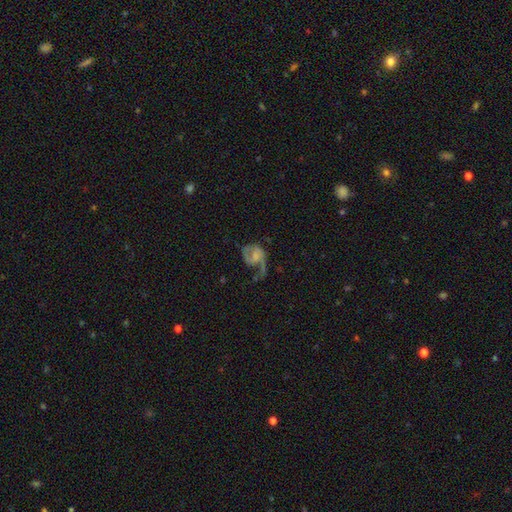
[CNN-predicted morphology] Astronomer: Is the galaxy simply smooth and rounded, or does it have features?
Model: featured or disk — 71%.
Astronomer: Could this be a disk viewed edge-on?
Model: no — 98%.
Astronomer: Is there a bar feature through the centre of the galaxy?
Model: no — 52% (runner-up: weak, 38%).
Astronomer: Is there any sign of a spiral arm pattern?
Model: yes — 86%.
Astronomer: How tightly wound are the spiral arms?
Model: loose — 45% (runner-up: medium, 41%).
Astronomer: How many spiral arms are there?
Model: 2 — 51% (runner-up: 1, 41%).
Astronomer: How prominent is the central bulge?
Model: none — 43% (runner-up: small, 26%).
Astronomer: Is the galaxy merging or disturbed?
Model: major disturbance — 47% (runner-up: none, 30%).